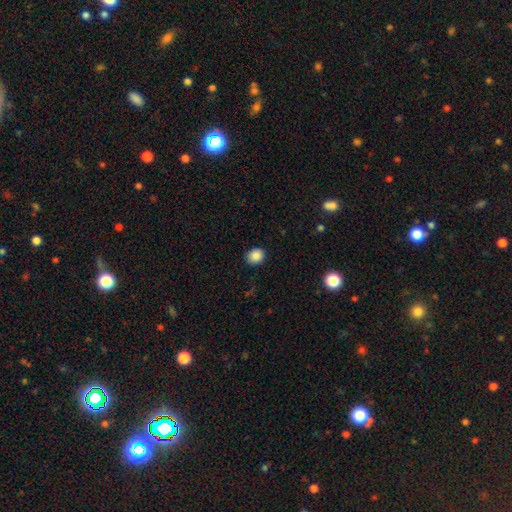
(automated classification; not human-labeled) Smooth or featured: smooth — 87% (star or artifact — 10%)
How rounded: round — 77% (in between — 22%)
Merging: none — 86% (minor disturbance — 11%)